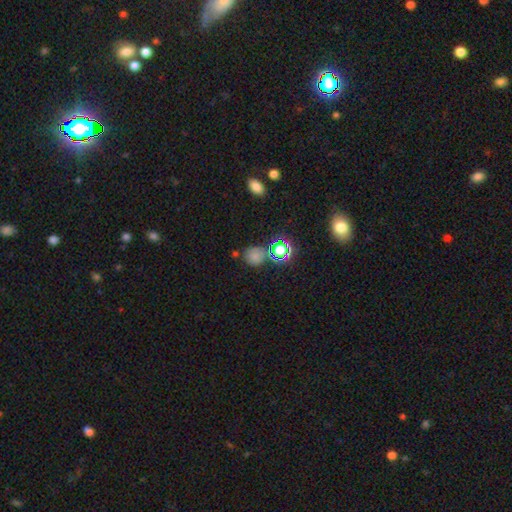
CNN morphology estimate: Overall: smooth (66%; star or artifact 28%). How rounded: round (80%). Merging: none (71%).